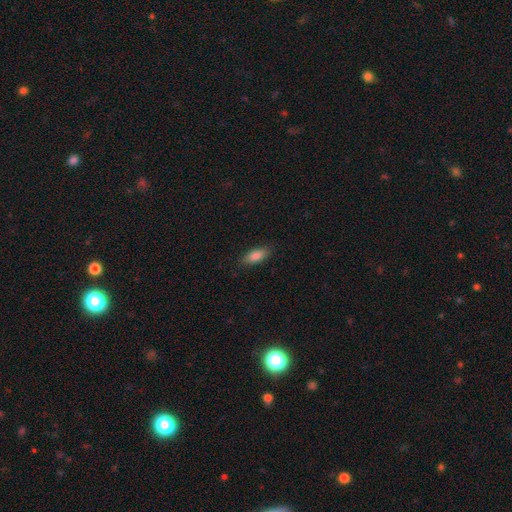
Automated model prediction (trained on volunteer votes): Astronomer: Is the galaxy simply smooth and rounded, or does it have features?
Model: smooth — 84%.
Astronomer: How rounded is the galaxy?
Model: in between — 80%.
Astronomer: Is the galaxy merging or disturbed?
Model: none — 86%.